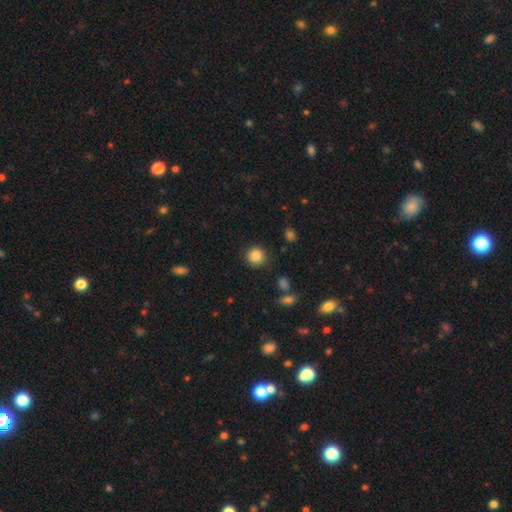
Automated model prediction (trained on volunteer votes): Smooth or featured: smooth — 86% (star or artifact — 10%)
How rounded: round — 91% (in between — 8%)
Merging: none — 87% (minor disturbance — 8%)